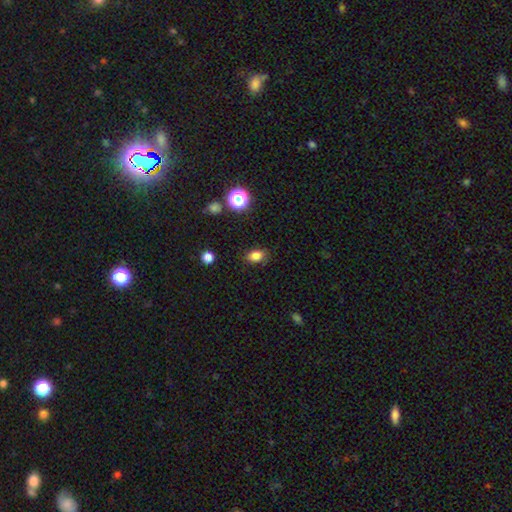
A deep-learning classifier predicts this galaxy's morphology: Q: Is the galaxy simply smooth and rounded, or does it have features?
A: smooth — 82%.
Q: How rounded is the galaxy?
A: in between — 77%.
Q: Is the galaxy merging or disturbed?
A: none — 85%.